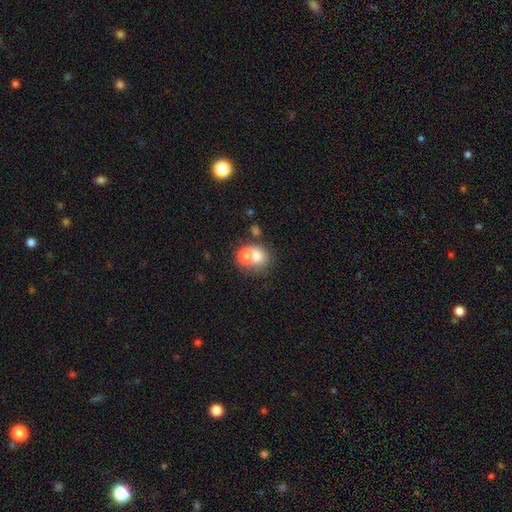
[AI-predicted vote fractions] smooth 69%, featured or disk 20%, star or artifact 11%. Down the decision tree: how rounded — round (70%); merging — merger (60%).